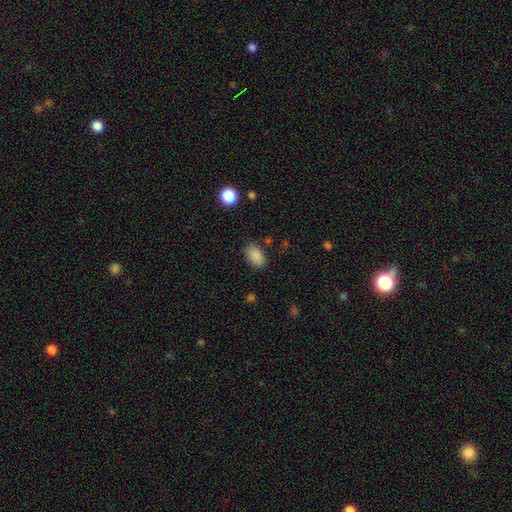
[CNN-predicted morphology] A smooth galaxy with no disk features (88%) that is in between round and cigar-shaped (92%).

Vote fractions:
- Smooth or featured? smooth: 88% / star or artifact: 8% / featured or disk: 4%
- How rounded? in between: 92% / round: 7% / cigar-shaped: 2%
- Merging? none: 83% / minor disturbance: 12% / major disturbance: 3% / merger: 2%